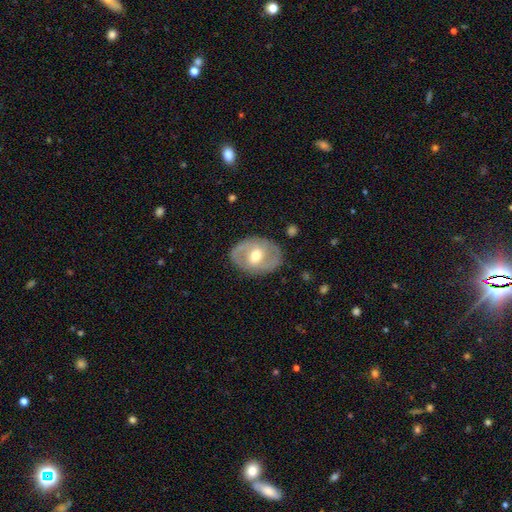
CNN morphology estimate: The model was most divided on "spiral arms": yes: 53%, no: 47%. Remaining: edge-on disk — no (94%); merging — none (81%); bulge size — moderate (74%); smooth or featured — featured or disk (65%); bar — weak (44%).